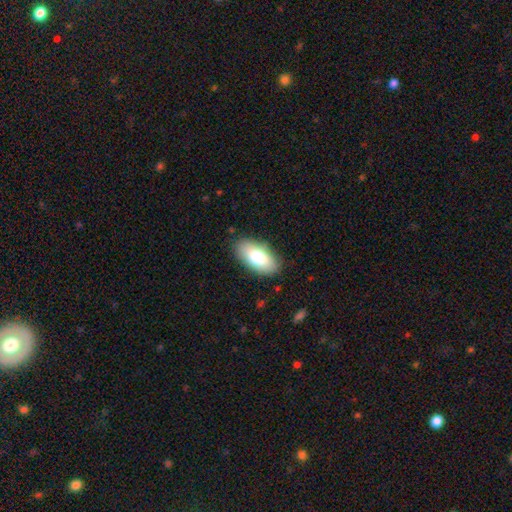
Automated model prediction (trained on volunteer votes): smooth_or_featured: smooth (p=0.79) [alt: featured or disk p=0.15]
how_rounded: in between (p=0.92) [alt: cigar-shaped p=0.06]
merging: none (p=0.85) [alt: minor disturbance p=0.11]